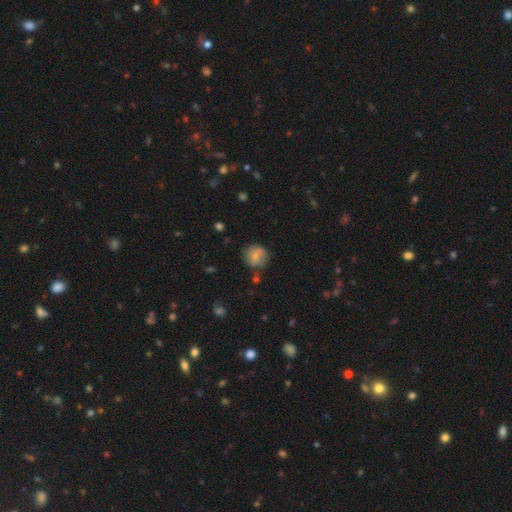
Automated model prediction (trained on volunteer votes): The model was most divided on "merging": none: 65%, minor disturbance: 22%, major disturbance: 7%, merger: 6%. More confident: how rounded — round (85%); smooth or featured — smooth (69%).